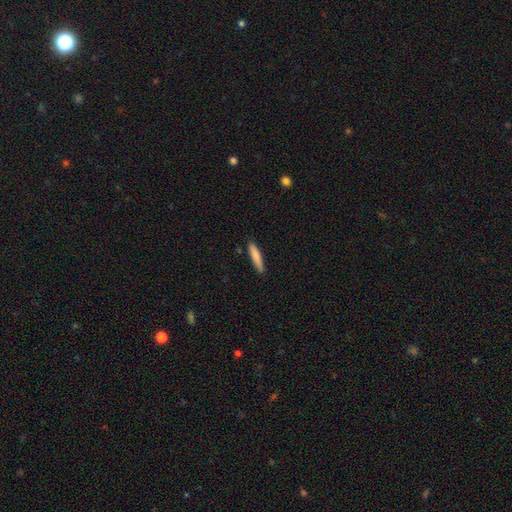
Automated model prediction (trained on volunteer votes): Q: Smooth or featured?
A: smooth (82%); runner-up: featured or disk (12%)
Q: How rounded?
A: cigar-shaped (89%); runner-up: in between (10%)
Q: Merging?
A: none (87%); runner-up: minor disturbance (10%)